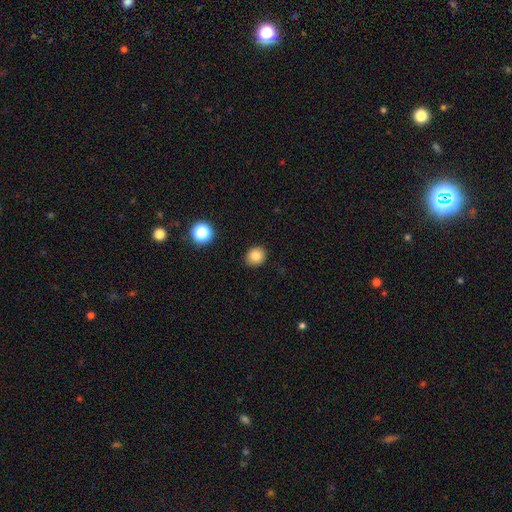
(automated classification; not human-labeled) smooth-or-featured: smooth: 83% | star or artifact: 11% | featured or disk: 6%
  how-rounded: round: 71% | in between: 28% | cigar-shaped: 1%
  merging: none: 89% | minor disturbance: 7% | major disturbance: 2% | merger: 1%